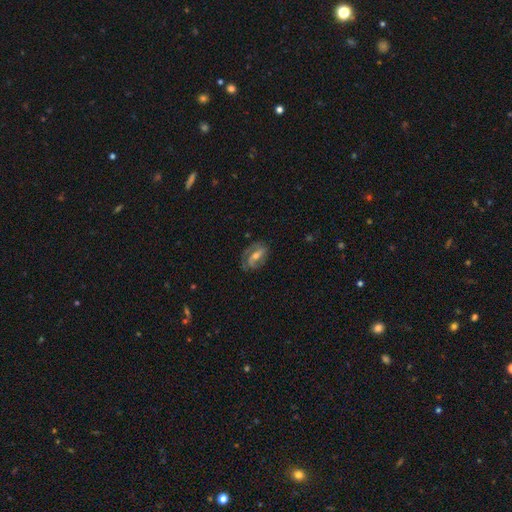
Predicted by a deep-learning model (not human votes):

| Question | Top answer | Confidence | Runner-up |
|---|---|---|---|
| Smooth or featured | featured or disk | 74% | smooth (19%) |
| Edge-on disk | no | 95% | yes (5%) |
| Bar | strong | 38% | tied: weak (38%) |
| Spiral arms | yes | 88% | no (12%) |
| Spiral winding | medium | 43% | tight (34%) |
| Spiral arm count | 2 | 67% | 1 (15%) |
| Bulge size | moderate | 55% | small (39%) |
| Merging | none | 67% | minor disturbance (20%) |